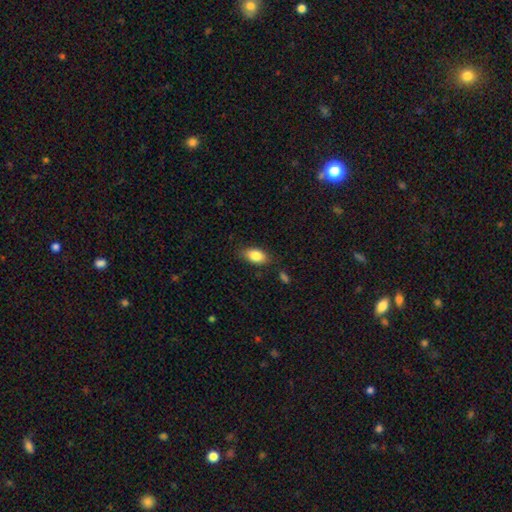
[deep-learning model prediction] This is clearly a smooth galaxy (83%). How rounded: clearly in between (88%). Merging: likely none (79%).